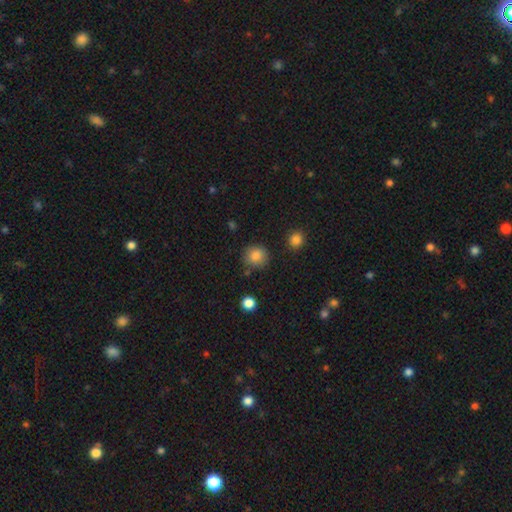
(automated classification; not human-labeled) Overall: smooth (85%). How rounded: round (87%). Merging: none (81%).